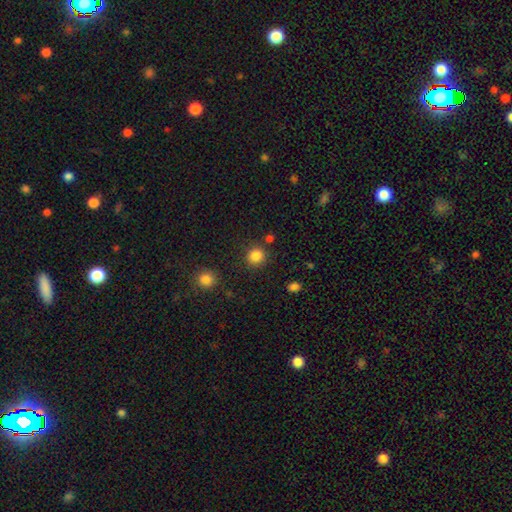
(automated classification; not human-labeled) smooth-or-featured: smooth: 85% | star or artifact: 11% | featured or disk: 3%
  how-rounded: round: 89% | in between: 10% | cigar-shaped: 1%
  merging: none: 85% | minor disturbance: 8% | merger: 4% | major disturbance: 3%